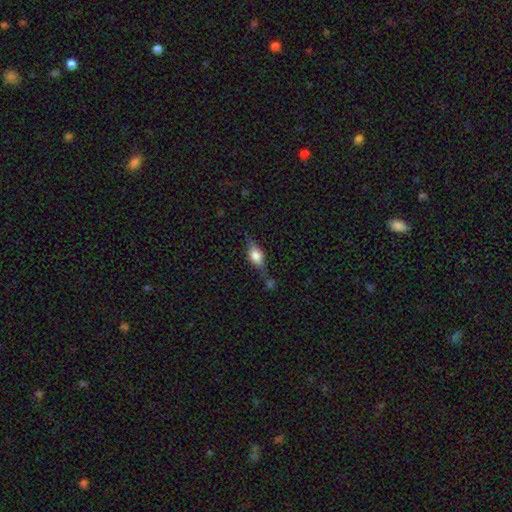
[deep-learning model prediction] Smooth or featured: smooth — 50% (featured or disk — 41%)
Merging: none — 63% (minor disturbance — 19%)